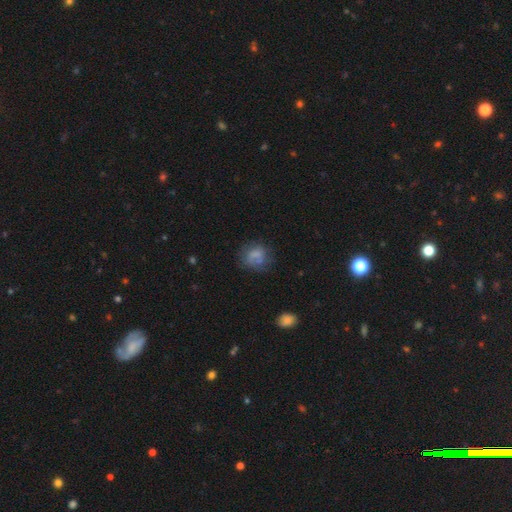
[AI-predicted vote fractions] Smooth or featured? Predicted: smooth (p=0.64). How rounded? Predicted: round (p=0.68). Merging? Predicted: none (p=0.53).